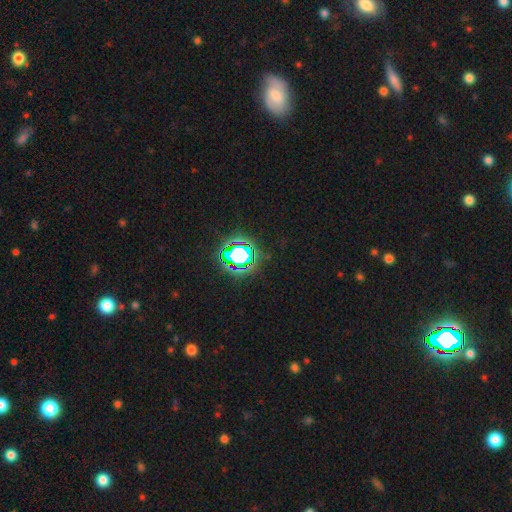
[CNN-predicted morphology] Smooth or featured? Predicted: star or artifact (p=0.78).